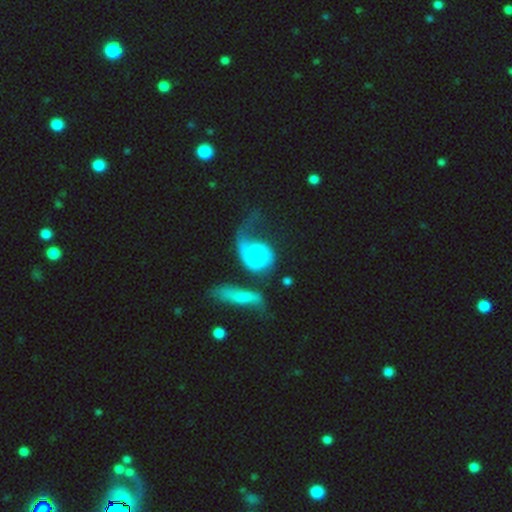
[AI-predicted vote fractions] Smooth or featured? Predicted: featured or disk (p=0.60). Edge-on disk? Predicted: no (p=0.95). Bar? Predicted: no (p=0.66). Spiral arms? Predicted: yes (p=0.82). Bulge size? Predicted: moderate (p=0.36). Merging? Predicted: major disturbance (p=0.39).